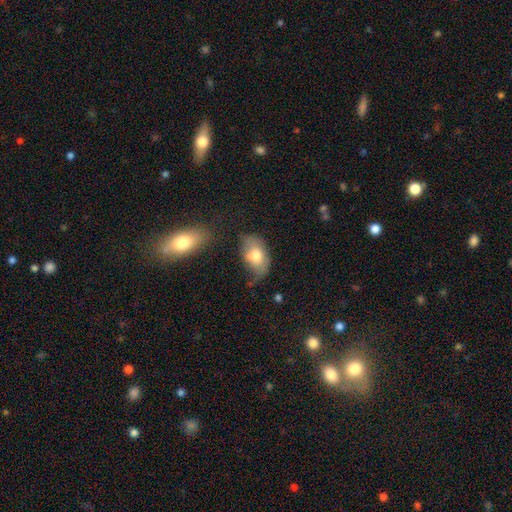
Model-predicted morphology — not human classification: smooth_or_featured: smooth (p=0.71) [alt: featured or disk p=0.21]
how_rounded: in between (p=0.90) [alt: round p=0.08]
merging: none (p=0.46) [alt: minor disturbance p=0.34]